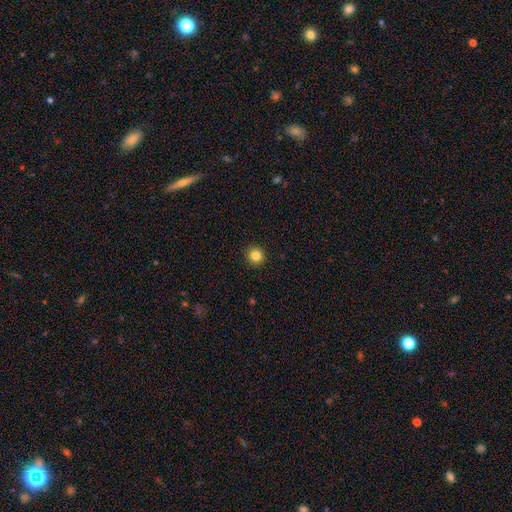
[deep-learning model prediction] Smooth or featured? smooth (84%)
How rounded? round (94%)
Merging? none (93%)